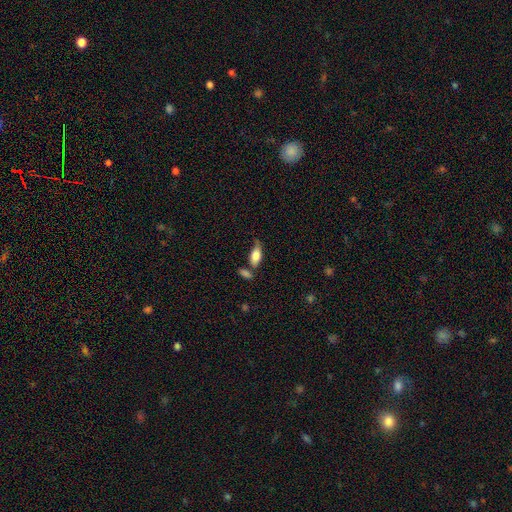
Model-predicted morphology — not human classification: A smooth galaxy with no disk features (73%) that is in between round and cigar-shaped (84%). Merging: none (57%).